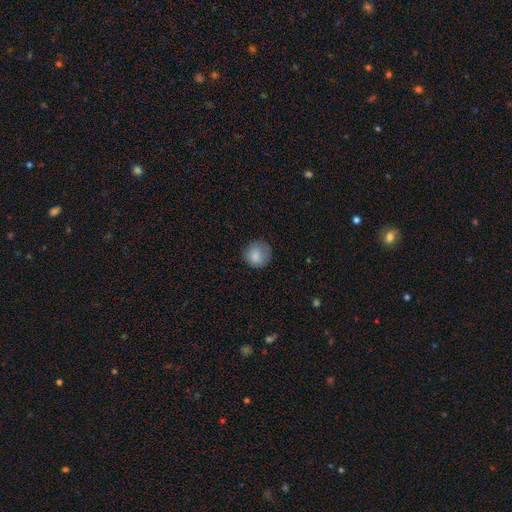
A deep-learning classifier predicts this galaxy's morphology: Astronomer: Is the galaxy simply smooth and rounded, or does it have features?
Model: smooth — 84%.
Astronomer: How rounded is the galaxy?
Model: round — 89%.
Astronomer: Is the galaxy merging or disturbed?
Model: none — 78%.